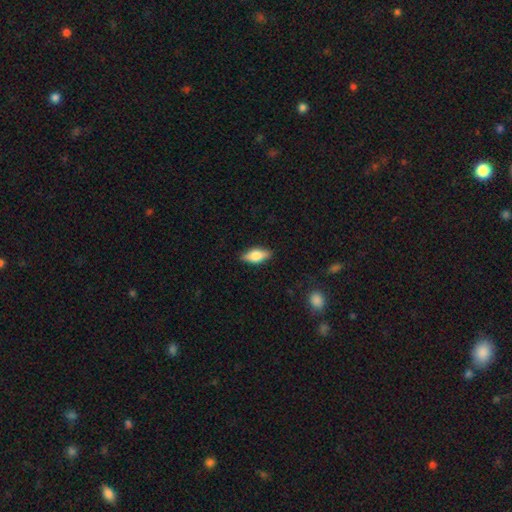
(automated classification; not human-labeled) smooth 64%, featured or disk 29%, star or artifact 7%. Down the decision tree: how rounded — in between (78%); merging — none (86%).